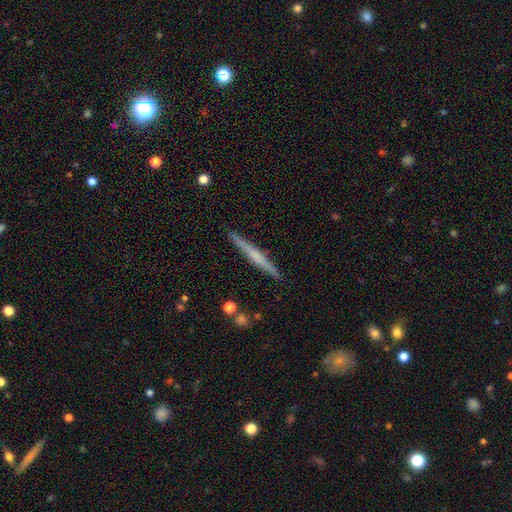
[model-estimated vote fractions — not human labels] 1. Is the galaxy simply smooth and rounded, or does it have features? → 56% featured or disk, 38% smooth, 6% star or artifact.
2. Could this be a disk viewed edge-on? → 98% yes, 2% no.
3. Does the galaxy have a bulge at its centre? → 53% none, 36% rounded, 10% boxy.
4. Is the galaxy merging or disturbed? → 91% none, 6% minor disturbance, 1% merger, 1% major disturbance.